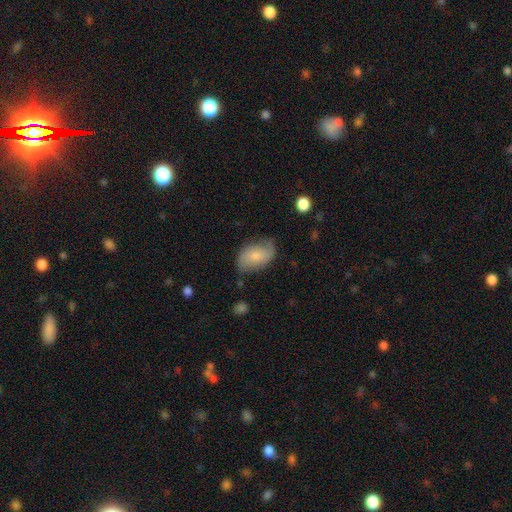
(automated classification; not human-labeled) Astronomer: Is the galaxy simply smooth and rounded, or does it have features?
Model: smooth — 57% (runner-up: featured or disk, 37%).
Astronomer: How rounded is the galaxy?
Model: in between — 91%.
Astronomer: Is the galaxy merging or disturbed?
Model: none — 60%.